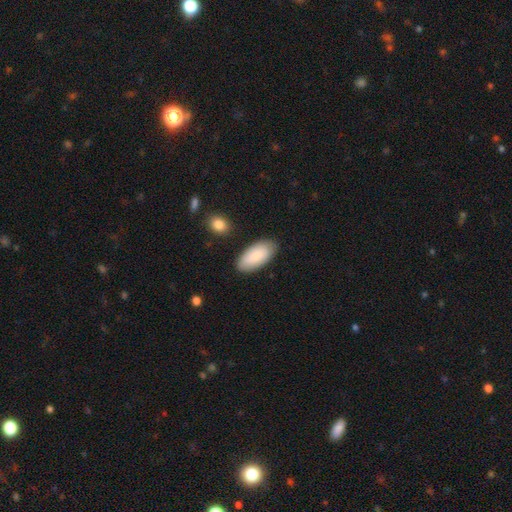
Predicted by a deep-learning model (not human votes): Smooth or featured?
  - smooth: 87% *
  - featured or disk: 8%
  - star or artifact: 5%
How rounded?
  - in between: 94% *
  - cigar-shaped: 4%
  - round: 2%
Merging?
  - none: 84% *
  - minor disturbance: 12%
  - major disturbance: 3%
  - merger: 2%